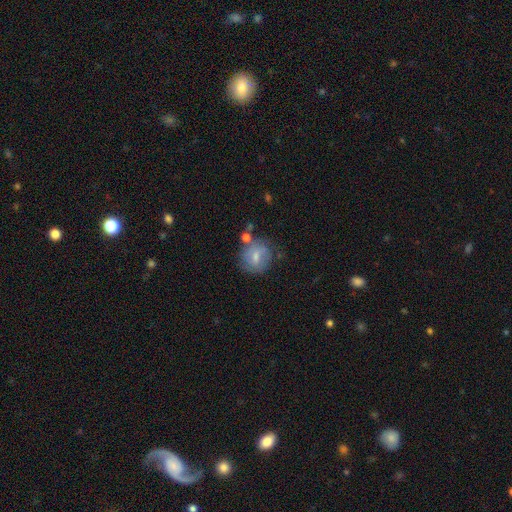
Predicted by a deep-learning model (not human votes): Morphology: type=smooth (61%); roundness=round (82%); merging=none (62%).